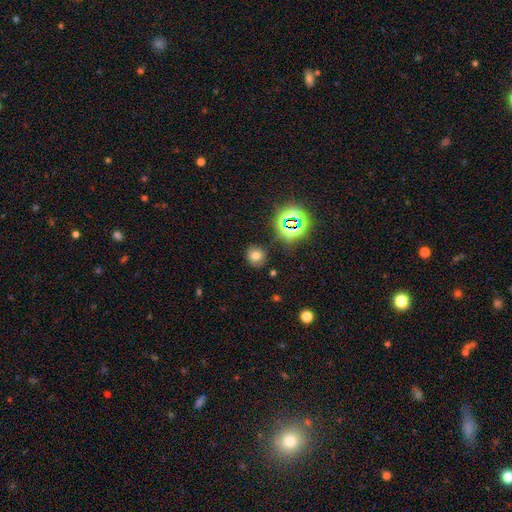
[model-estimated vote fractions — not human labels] Q: Smooth or featured?
A: smooth (67%); runner-up: star or artifact (23%)
Q: How rounded?
A: round (81%); runner-up: in between (18%)
Q: Merging?
A: none (84%); runner-up: minor disturbance (11%)